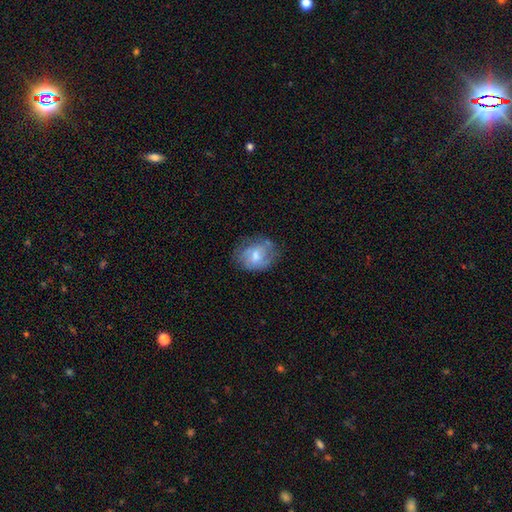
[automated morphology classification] Smooth or featured? featured or disk (48%)
Merging? none (60%)